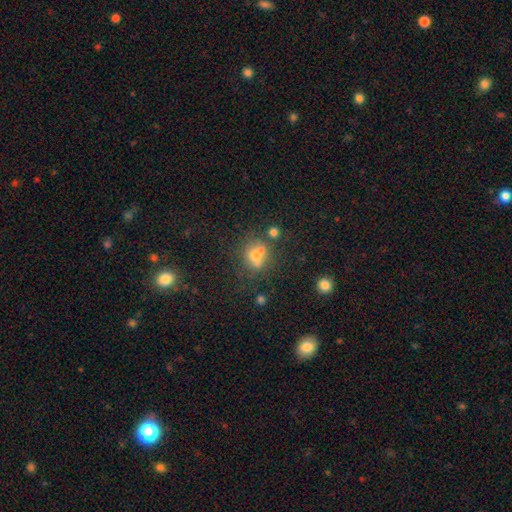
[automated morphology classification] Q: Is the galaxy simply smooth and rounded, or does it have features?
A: smooth — 64%.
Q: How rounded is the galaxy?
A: round — 72%.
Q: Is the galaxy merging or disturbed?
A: none — 46%.